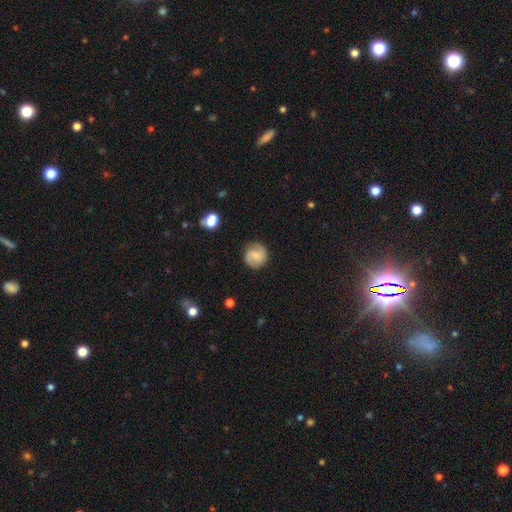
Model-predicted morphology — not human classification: type=smooth (46%, tied with featured or disk); merging=none (82%).